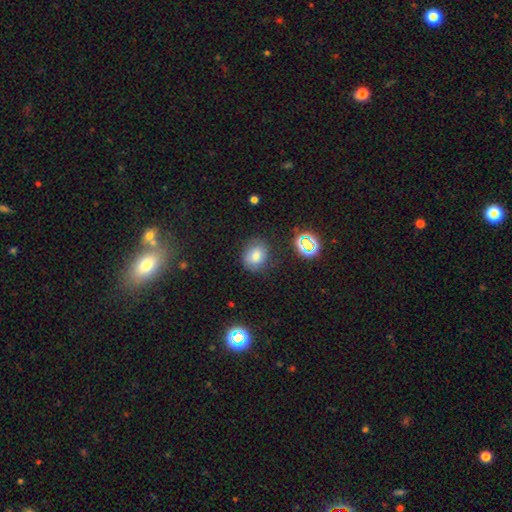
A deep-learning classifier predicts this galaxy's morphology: This is likely a smooth galaxy (73%). How rounded: likely round (61%). Merging: likely none (76%).